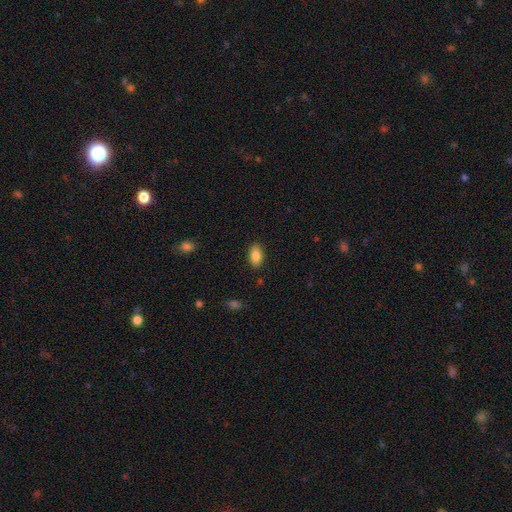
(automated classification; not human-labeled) Smooth or featured? smooth (87%)
How rounded? in between (93%)
Merging? none (87%)